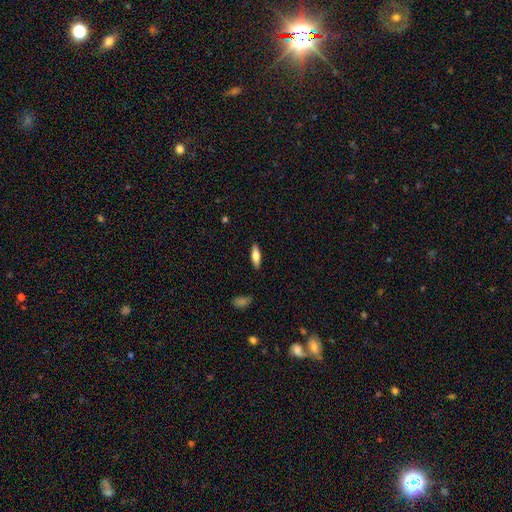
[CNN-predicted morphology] type=smooth (72%); roundness=in between (60%); merging=none (88%).